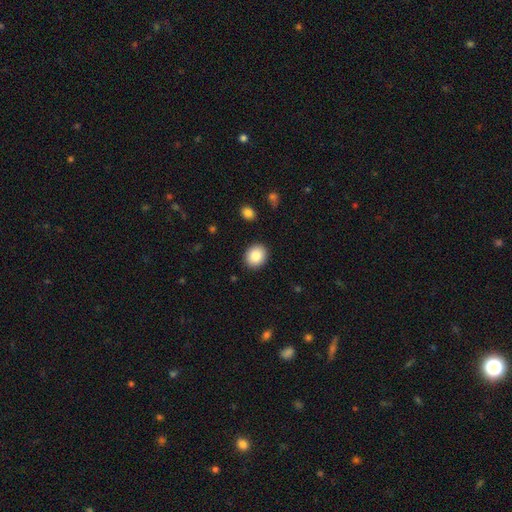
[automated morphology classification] Smooth or featured? smooth (86%)
How rounded? round (66%)
Merging? none (91%)